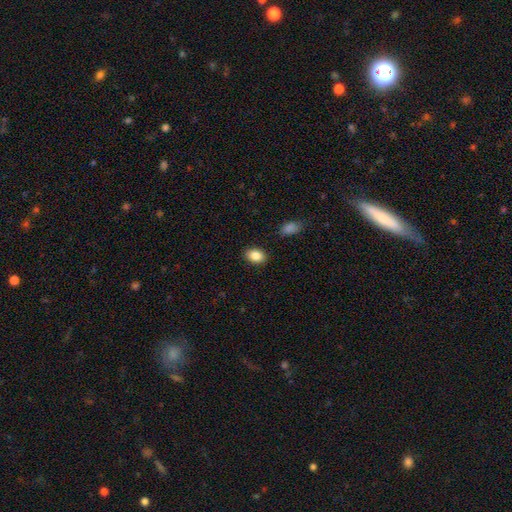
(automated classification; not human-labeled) smooth 86%, star or artifact 8%, featured or disk 6%. Down the decision tree: how rounded — in between (76%); merging — none (88%).